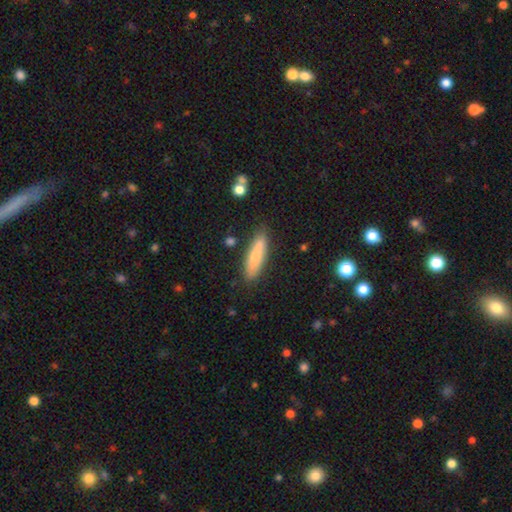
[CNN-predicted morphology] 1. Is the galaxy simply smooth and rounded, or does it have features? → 80% smooth, 13% featured or disk, 6% star or artifact.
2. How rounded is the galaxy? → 70% cigar-shaped, 28% in between, 2% round.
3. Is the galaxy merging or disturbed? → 84% none, 12% minor disturbance, 2% major disturbance, 2% merger.